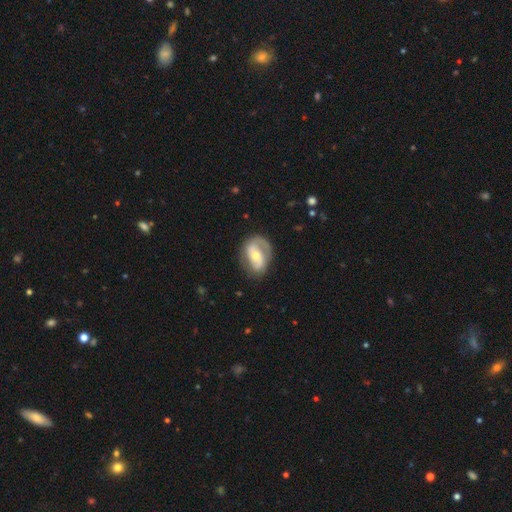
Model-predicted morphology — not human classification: Smooth or featured? featured or disk (71%)
Edge-on disk? no (96%)
Bar? no (37%)
Spiral arms? yes (82%)
Spiral winding? medium (41%)
Spiral arm count? 2 (73%)
Bulge size? moderate (55%)
Merging? none (70%)